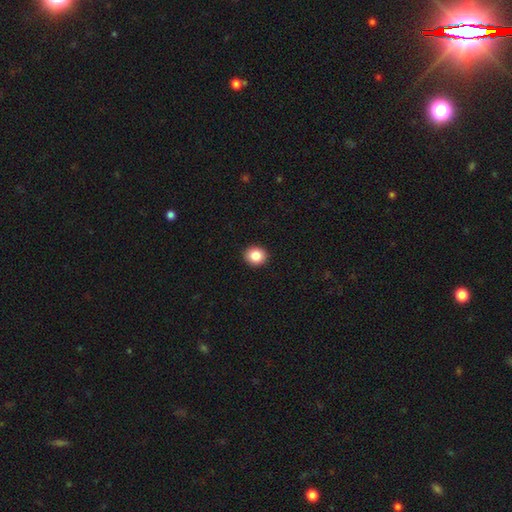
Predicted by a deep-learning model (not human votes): Smooth or featured? smooth (85%)
How rounded? round (80%)
Merging? none (93%)